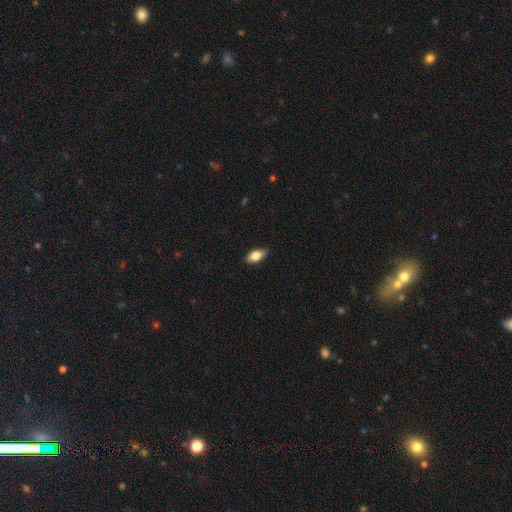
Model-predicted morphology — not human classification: The model was most divided on "smooth or featured": smooth: 80%, featured or disk: 13%, star or artifact: 7%. More confident: how rounded — in between (89%); merging — none (85%).